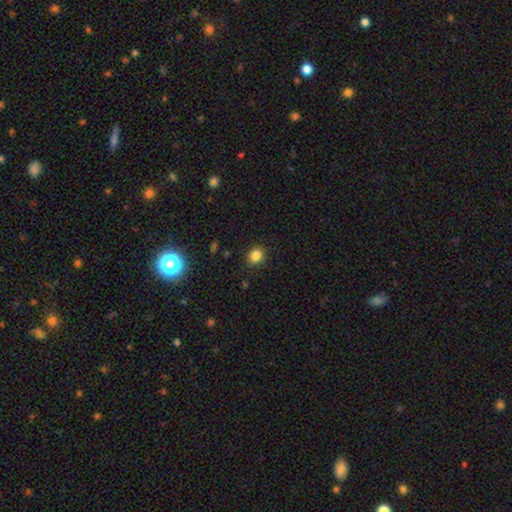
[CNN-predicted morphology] Smooth or featured: smooth — 83% (star or artifact — 12%)
How rounded: round — 69% (in between — 30%)
Merging: none — 88% (minor disturbance — 9%)